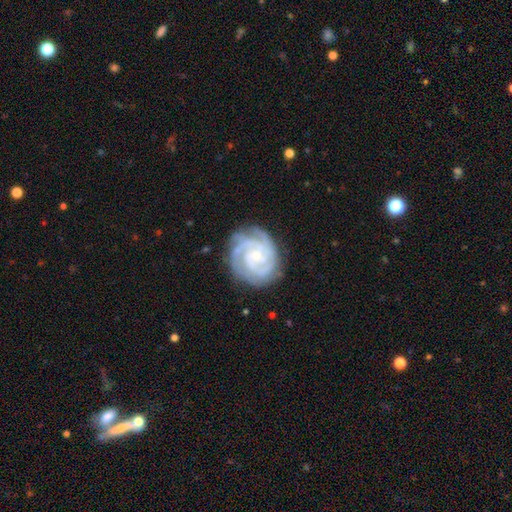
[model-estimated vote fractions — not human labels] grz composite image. It shows a featured or disk galaxy (89%) with no bar (71%), 3 (36%) tight (76%) spiral arms (98%) and a small central bulge (77%). Merging: none (79%).